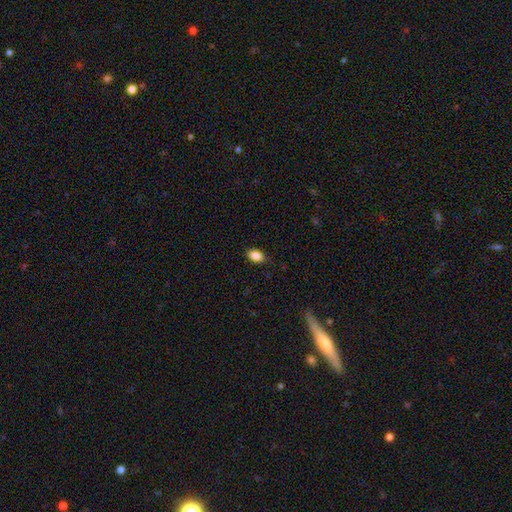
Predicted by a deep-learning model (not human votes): Smooth or featured? smooth (88%)
How rounded? in between (87%)
Merging? none (86%)